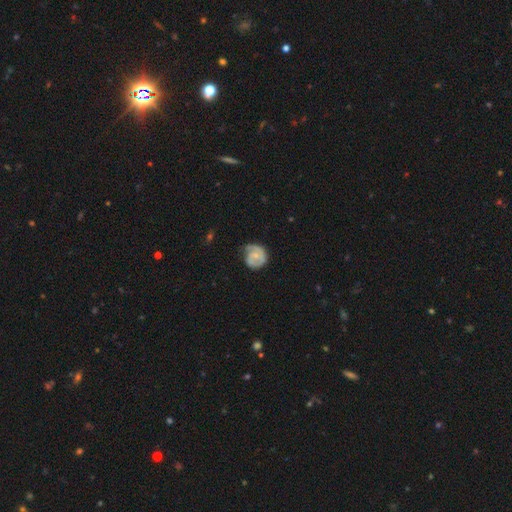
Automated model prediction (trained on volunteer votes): Smooth or featured?
  - featured or disk: 62% *
  - smooth: 32%
  - star or artifact: 5%
Edge-on disk?
  - no: 98% *
  - yes: 2%
Bar?
  - no: 66% *
  - weak: 29%
  - strong: 5%
Spiral arms?
  - yes: 85% *
  - no: 15%
Spiral winding?
  - tight: 53% *
  - medium: 32%
  - loose: 15%
Spiral arm count?
  - 1: 39% * (tied)
  - 2: 39% * (tied)
  - can't tell: 15%
  - 3: 5%
  - 4: 1%
  - more than 4: 1%
Bulge size?
  - small: 62% *
  - moderate: 28%
  - none: 7%
  - large: 1%
  - dominant: 1%
Merging?
  - none: 51% *
  - minor disturbance: 31%
  - major disturbance: 16%
  - merger: 2%